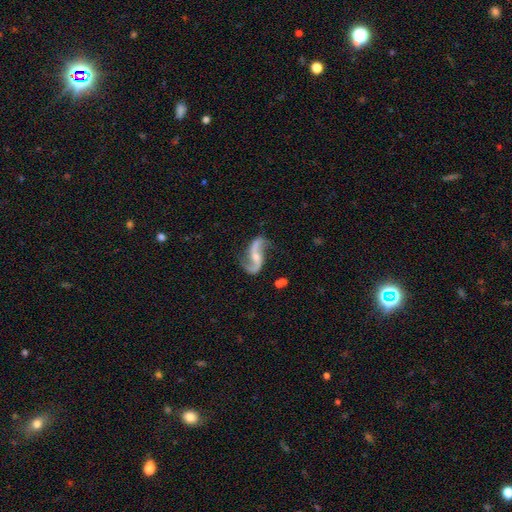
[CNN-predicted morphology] Smooth or featured?
  - featured or disk: 90% *
  - smooth: 6%
  - star or artifact: 5%
Edge-on disk?
  - no: 97% *
  - yes: 3%
Bar?
  - no: 44% *
  - weak: 37%
  - strong: 19%
Spiral arms?
  - yes: 97% *
  - no: 3%
Spiral winding?
  - loose: 81% *
  - medium: 15%
  - tight: 4%
Spiral arm count?
  - 2: 93% *
  - 1: 2%
  - can't tell: 1%
  - 3: 1%
  - 4: 1%
  - more than 4: 1%
Bulge size?
  - small: 46% *
  - moderate: 35%
  - none: 14%
  - large: 3%
  - dominant: 1%
Merging?
  - none: 72% *
  - minor disturbance: 16%
  - major disturbance: 9%
  - merger: 3%